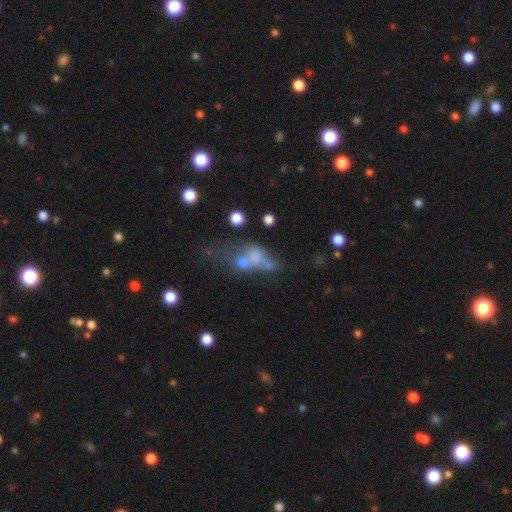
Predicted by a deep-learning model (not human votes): The model was most divided on "smooth or featured": smooth: 52%, featured or disk: 31%, star or artifact: 17%. More confident: how rounded — in between (63%); merging — merger (51%).